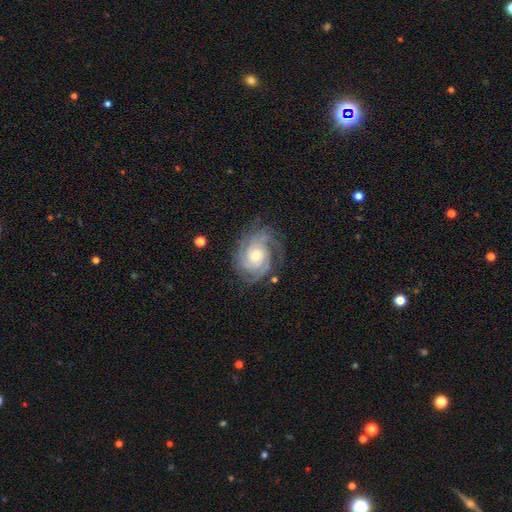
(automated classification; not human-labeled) Q: Smooth or featured?
A: featured or disk (88%); runner-up: smooth (7%)
Q: Edge-on disk?
A: no (97%); runner-up: yes (3%)
Q: Bar?
A: no (73%); runner-up: weak (22%)
Q: Spiral arms?
A: yes (98%); runner-up: no (2%)
Q: Spiral winding?
A: tight (67%); runner-up: medium (28%)
Q: Spiral arm count?
A: 3 (34%); runner-up: 2 (19%)
Q: Bulge size?
A: moderate (61%); runner-up: small (29%)
Q: Merging?
A: none (75%); runner-up: minor disturbance (17%)